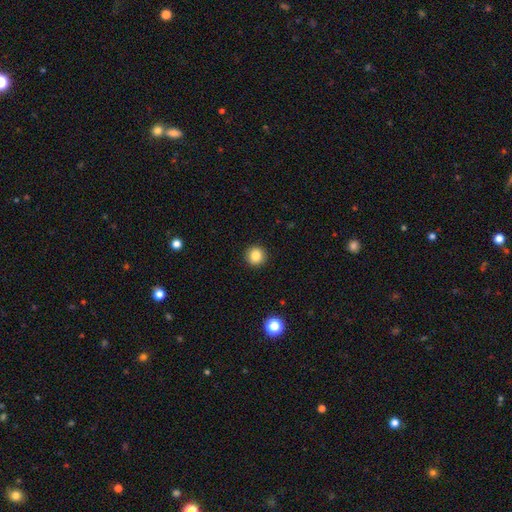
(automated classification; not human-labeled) Smooth or featured?
  - smooth: 84% *
  - star or artifact: 11%
  - featured or disk: 5%
How rounded?
  - round: 95% *
  - in between: 4%
  - cigar-shaped: 1%
Merging?
  - none: 93% *
  - minor disturbance: 5%
  - major disturbance: 2%
  - merger: 1%